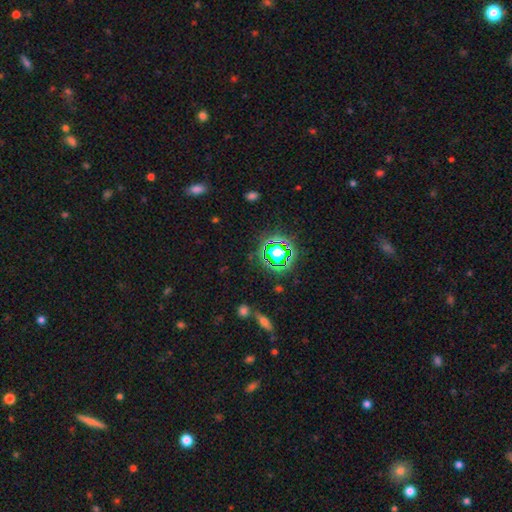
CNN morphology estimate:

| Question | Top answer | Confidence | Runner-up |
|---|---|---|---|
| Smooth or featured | star or artifact | 70% | smooth (21%) |